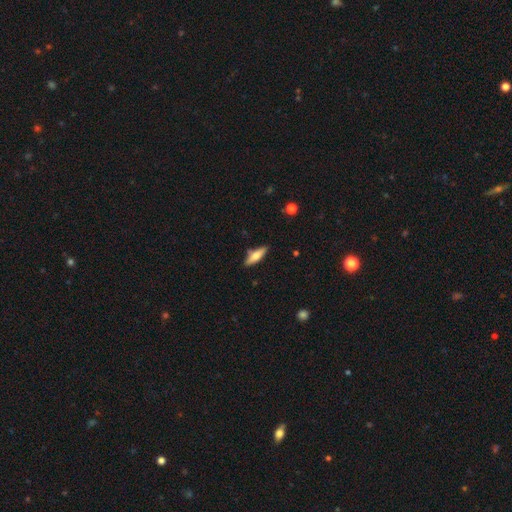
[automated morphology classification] type=smooth (56%); roundness=cigar-shaped (60%); merging=none (80%).